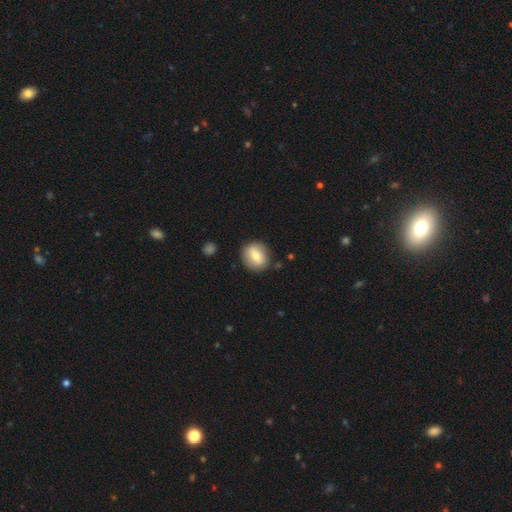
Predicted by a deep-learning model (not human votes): A smooth galaxy with no disk features (63%) that is round (78%).

Vote fractions:
- Smooth or featured? smooth: 63% / featured or disk: 30% / star or artifact: 7%
- How rounded? round: 78% / in between: 21% / cigar-shaped: 1%
- Merging? none: 85% / minor disturbance: 10% / major disturbance: 3% / merger: 2%